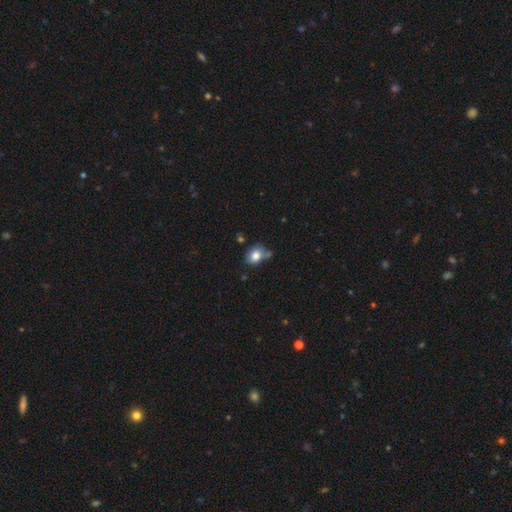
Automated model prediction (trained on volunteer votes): Smooth or featured? Predicted: smooth (p=0.79). How rounded? Predicted: in between (p=0.56). Merging? Predicted: none (p=0.54).